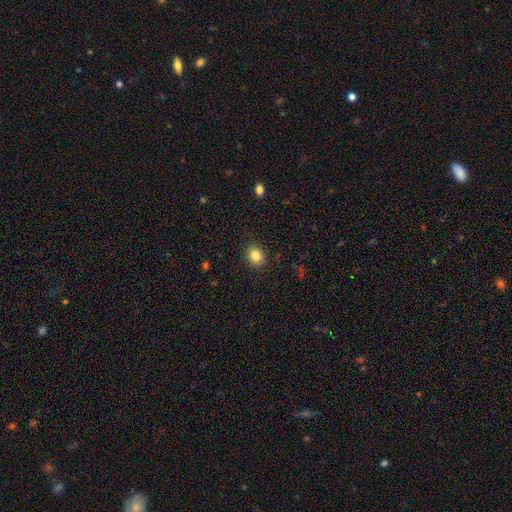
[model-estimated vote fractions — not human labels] This appears to be a smooth galaxy with no disk features (84%) that is round (60%). Merging: none (90%).